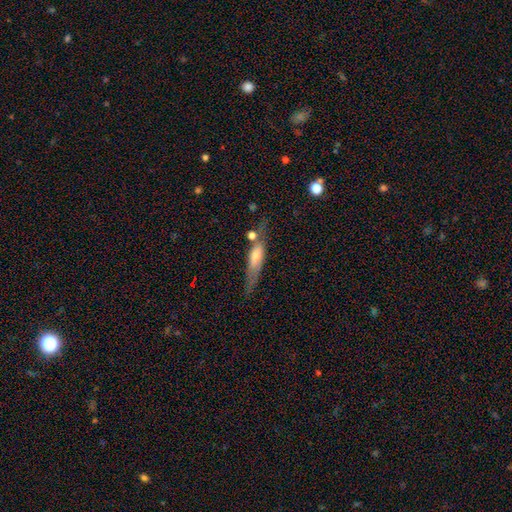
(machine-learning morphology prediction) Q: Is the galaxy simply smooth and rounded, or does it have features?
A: featured or disk — 52%.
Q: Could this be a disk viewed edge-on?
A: yes — 74%.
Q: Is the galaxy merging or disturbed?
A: none — 59%.